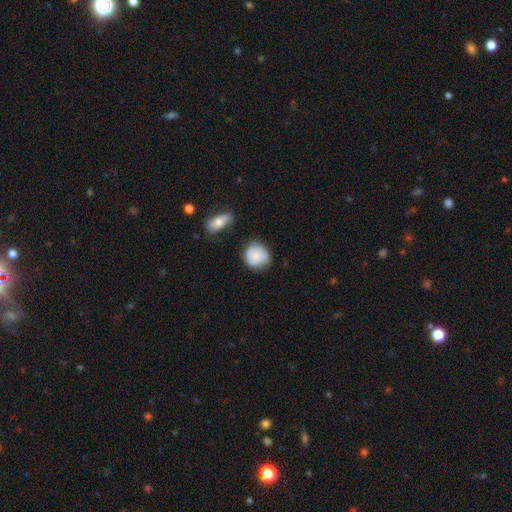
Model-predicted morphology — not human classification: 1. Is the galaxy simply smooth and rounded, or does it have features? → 67% smooth, 27% featured or disk, 7% star or artifact.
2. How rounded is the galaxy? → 79% round, 20% in between, 1% cigar-shaped.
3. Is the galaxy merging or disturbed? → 63% none, 27% minor disturbance, 6% major disturbance, 4% merger.